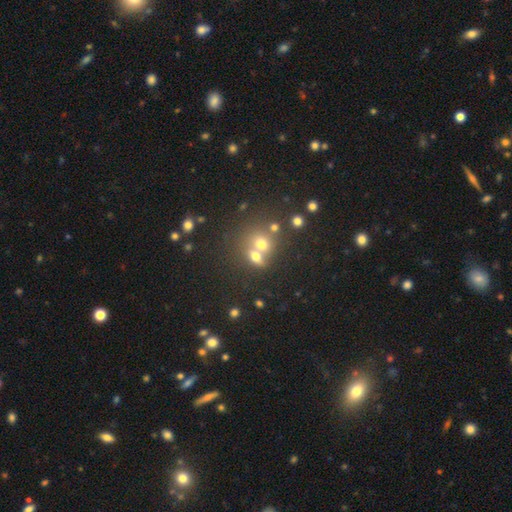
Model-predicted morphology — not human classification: A smooth galaxy with no disk features (51%) that is round (79%). Merging: none (47%).